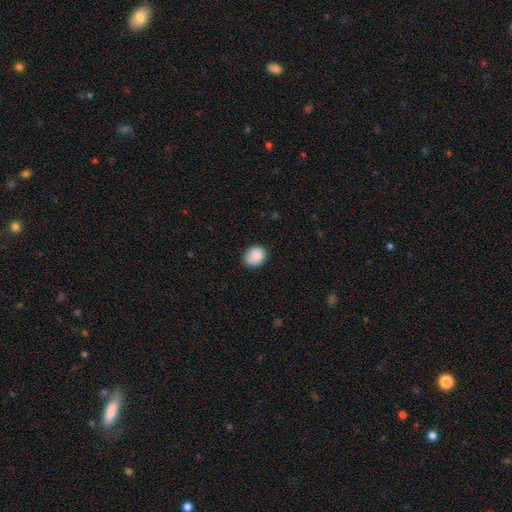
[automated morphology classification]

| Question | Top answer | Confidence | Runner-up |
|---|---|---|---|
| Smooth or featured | smooth | 89% | star or artifact (8%) |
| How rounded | round | 65% | in between (35%) |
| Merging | none | 78% | minor disturbance (18%) |